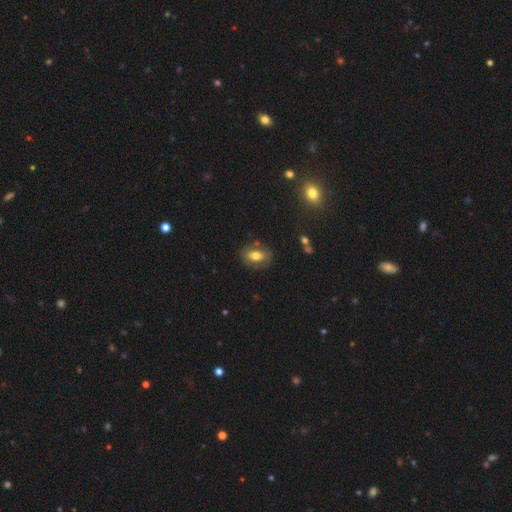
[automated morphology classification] Smooth or featured: smooth — 64% (featured or disk — 28%)
How rounded: in between — 77% (round — 20%)
Merging: none — 76% (minor disturbance — 15%)